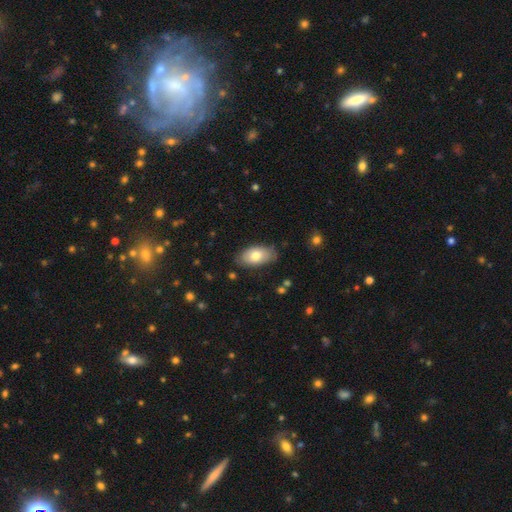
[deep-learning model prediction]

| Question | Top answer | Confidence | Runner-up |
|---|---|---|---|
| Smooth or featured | smooth | 75% | featured or disk (19%) |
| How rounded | in between | 93% | round (4%) |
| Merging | none | 80% | minor disturbance (16%) |